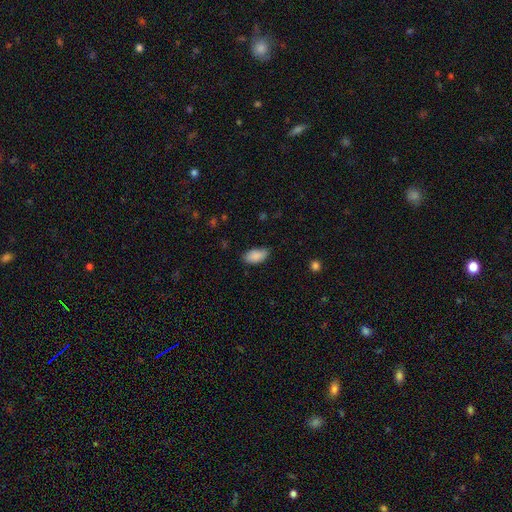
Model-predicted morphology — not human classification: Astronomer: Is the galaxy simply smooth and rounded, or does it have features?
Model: smooth — 89%.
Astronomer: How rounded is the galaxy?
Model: in between — 94%.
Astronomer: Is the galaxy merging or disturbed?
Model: none — 76%.